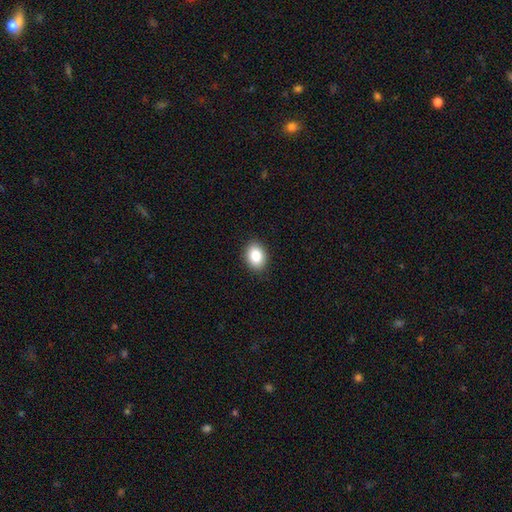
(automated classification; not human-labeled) Morphology: type=smooth (85%); roundness=in between (71%); merging=none (90%).